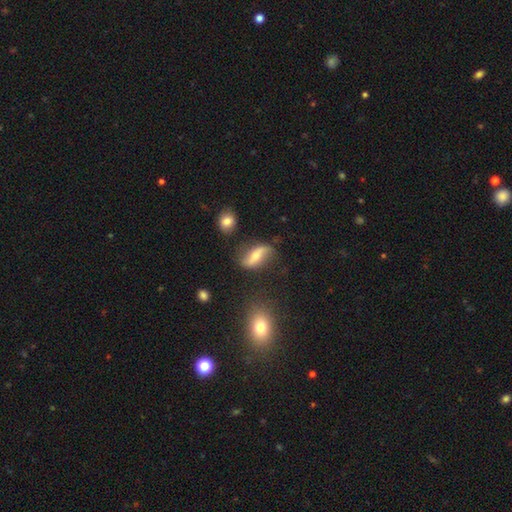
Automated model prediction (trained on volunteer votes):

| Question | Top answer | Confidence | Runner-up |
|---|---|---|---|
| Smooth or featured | featured or disk | 71% | smooth (22%) |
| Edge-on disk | no | 89% | yes (11%) |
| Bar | strong | 37% | no (32%) |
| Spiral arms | yes | 88% | no (12%) |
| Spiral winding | loose | 86% | medium (10%) |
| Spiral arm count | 2 | 92% | can't tell (3%) |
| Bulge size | moderate | 52% | small (38%) |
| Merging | none | 72% | minor disturbance (17%) |